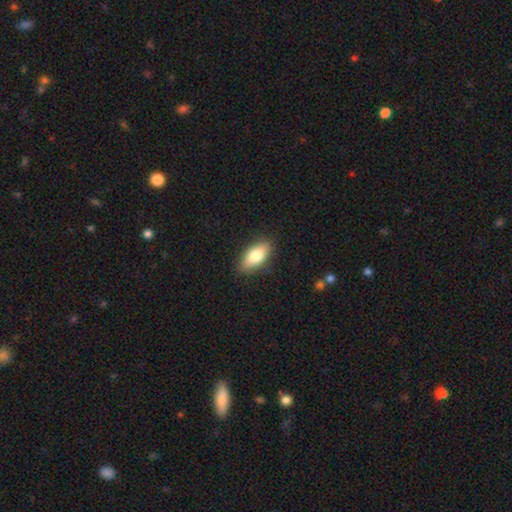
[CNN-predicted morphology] Smooth or featured?
  - smooth: 78% *
  - featured or disk: 16%
  - star or artifact: 6%
How rounded?
  - in between: 87% *
  - cigar-shaped: 10%
  - round: 3%
Merging?
  - none: 87% *
  - minor disturbance: 10%
  - major disturbance: 2%
  - merger: 1%